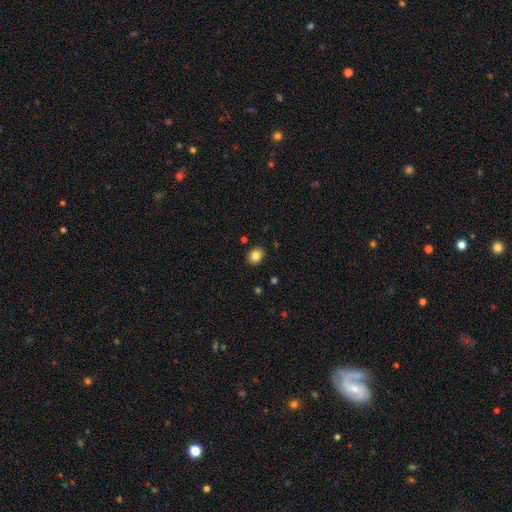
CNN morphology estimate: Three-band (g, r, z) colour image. It shows a smooth galaxy with no disk features (83%) that is round (52%). Merging: none (89%).